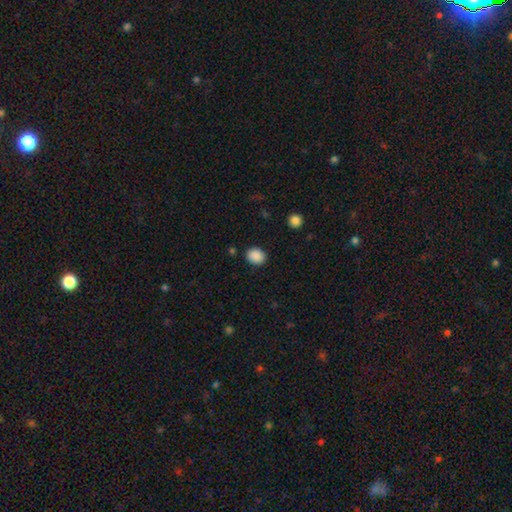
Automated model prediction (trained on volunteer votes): Smooth or featured: smooth — 89% (star or artifact — 8%)
How rounded: round — 54% (in between — 45%)
Merging: none — 87% (minor disturbance — 9%)